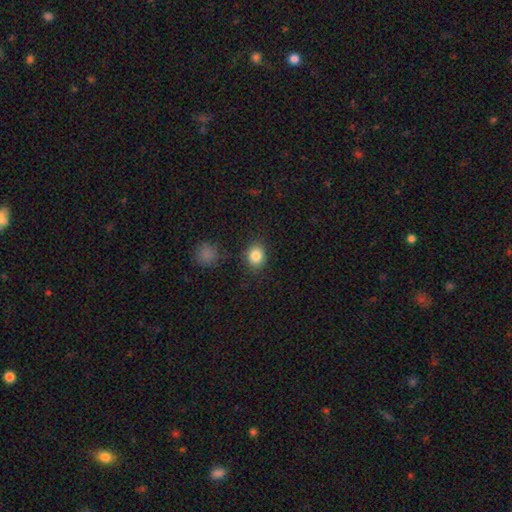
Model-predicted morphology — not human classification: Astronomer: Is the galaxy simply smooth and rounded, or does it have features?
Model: smooth — 85%.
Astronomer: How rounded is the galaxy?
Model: round — 57% (runner-up: in between, 42%).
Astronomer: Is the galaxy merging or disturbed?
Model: none — 83%.